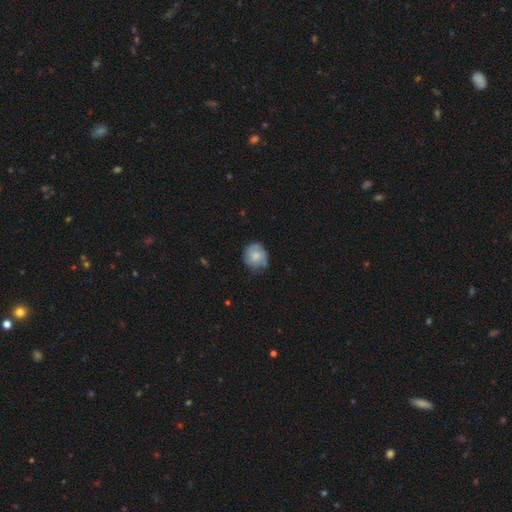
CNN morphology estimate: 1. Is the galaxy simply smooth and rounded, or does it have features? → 62% smooth, 31% featured or disk, 7% star or artifact.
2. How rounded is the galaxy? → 82% round, 17% in between, 1% cigar-shaped.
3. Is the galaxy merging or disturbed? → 62% none, 28% minor disturbance, 7% major disturbance, 2% merger.